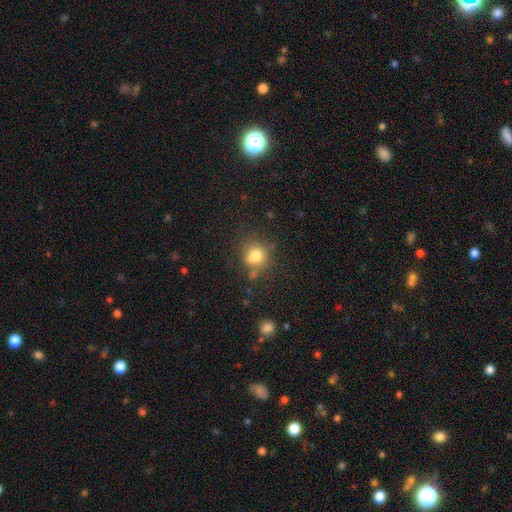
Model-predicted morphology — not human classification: Smooth or featured? smooth (74%)
How rounded? round (81%)
Merging? none (64%)